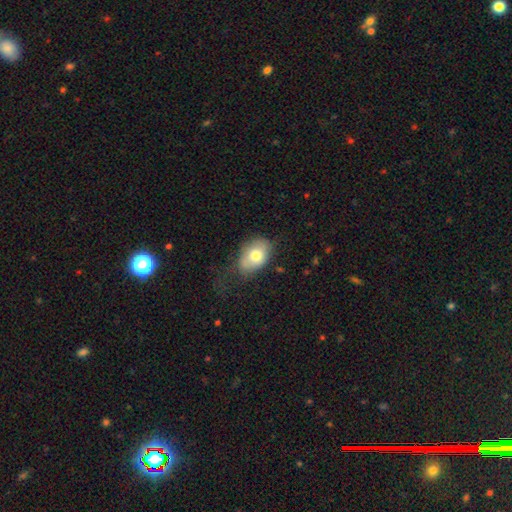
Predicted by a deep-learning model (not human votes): smooth_or_featured: smooth (p=0.73) [alt: featured or disk p=0.20]
how_rounded: in between (p=0.84) [alt: round p=0.14]
merging: none (p=0.52) [alt: minor disturbance p=0.30]